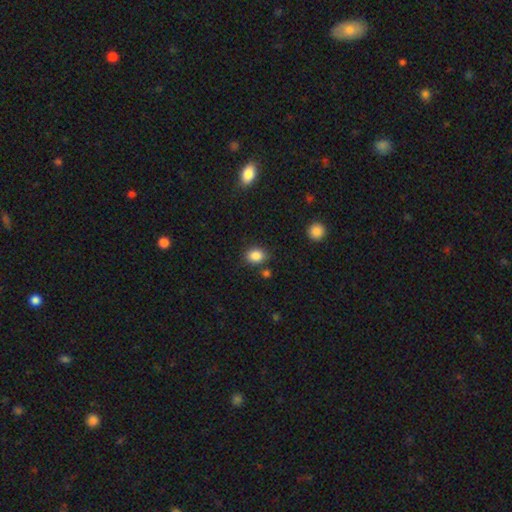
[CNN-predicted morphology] This appears to be a smooth galaxy with no disk features (86%) that is in between round and cigar-shaped (51%). Merging: none (80%).